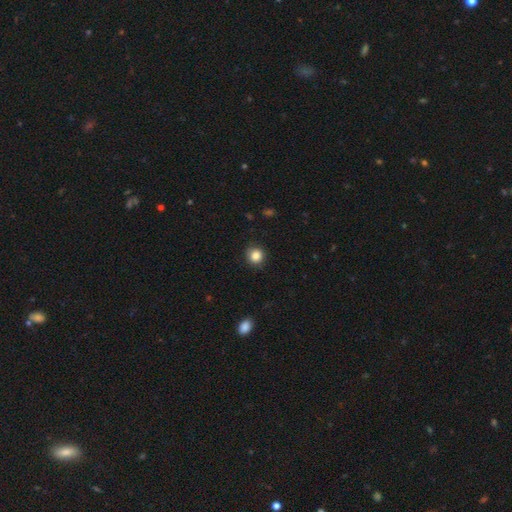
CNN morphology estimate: smooth-or-featured: smooth: 86% | star or artifact: 10% | featured or disk: 4%
  how-rounded: round: 91% | in between: 8% | cigar-shaped: 1%
  merging: none: 88% | minor disturbance: 8% | major disturbance: 2% | merger: 1%